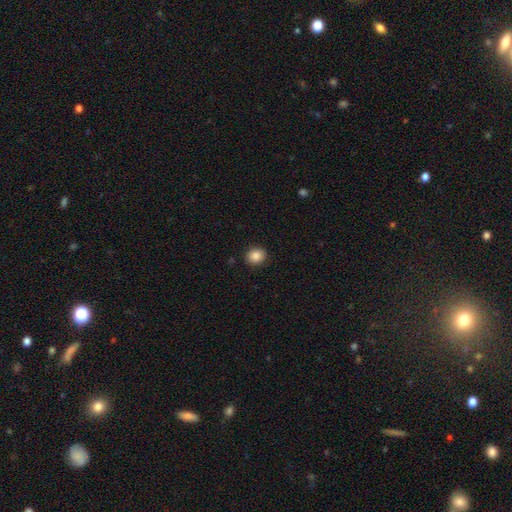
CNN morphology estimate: The model was most divided on "how rounded": round: 71%, in between: 28%, cigar-shaped: 1%. More confident: merging — none (90%); smooth or featured — smooth (86%).